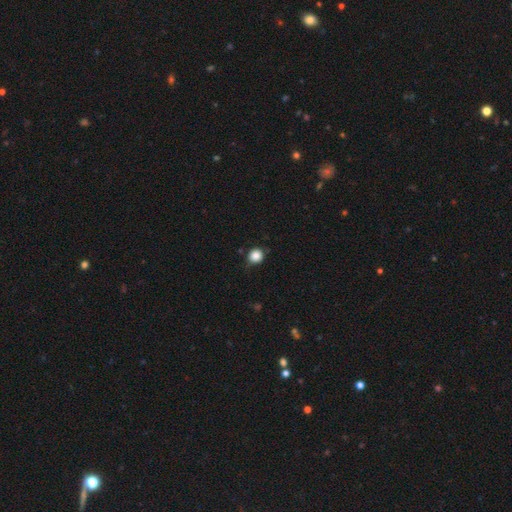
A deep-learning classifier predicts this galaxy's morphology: Smooth or featured? smooth (86%)
How rounded? round (87%)
Merging? none (78%)